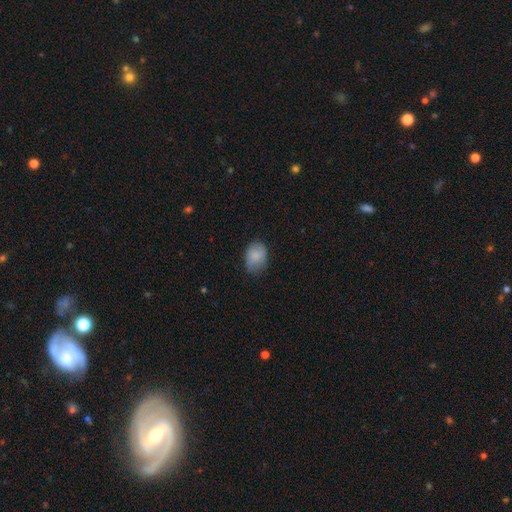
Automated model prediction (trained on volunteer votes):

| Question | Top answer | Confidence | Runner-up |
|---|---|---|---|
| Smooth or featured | smooth | 85% | featured or disk (8%) |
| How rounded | in between | 65% | round (34%) |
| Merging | none | 65% | minor disturbance (28%) |